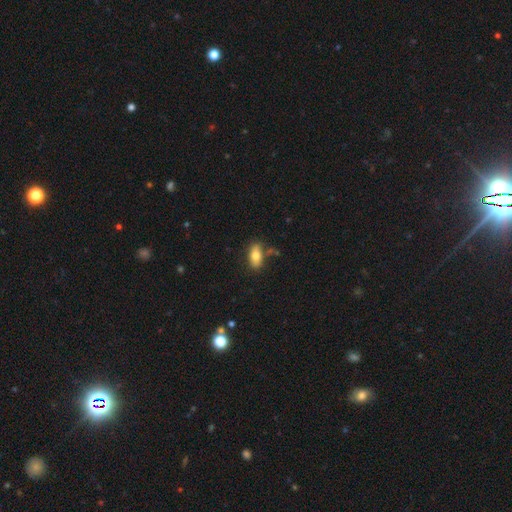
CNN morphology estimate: The model was most divided on "merging": none: 73%, minor disturbance: 17%, merger: 6%, major disturbance: 4%. More confident: how rounded — in between (87%); smooth or featured — smooth (78%).